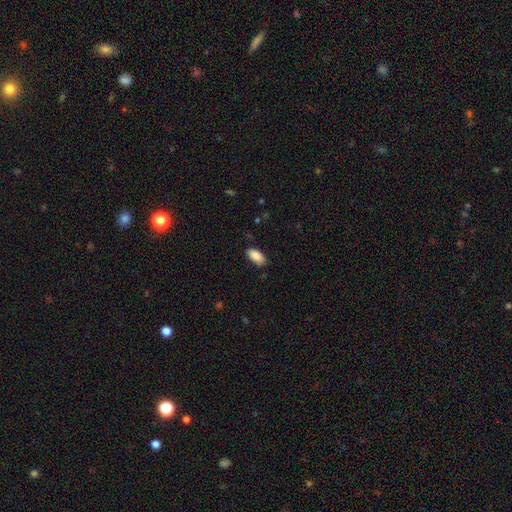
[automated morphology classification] Overall: smooth (89%). How rounded: in between (93%). Merging: none (83%).